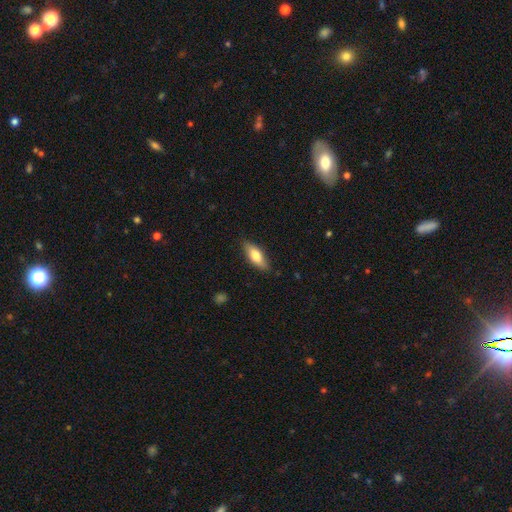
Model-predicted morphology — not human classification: smooth 69%, featured or disk 25%, star or artifact 6%. Down the decision tree: how rounded — in between (66%); merging — none (84%).